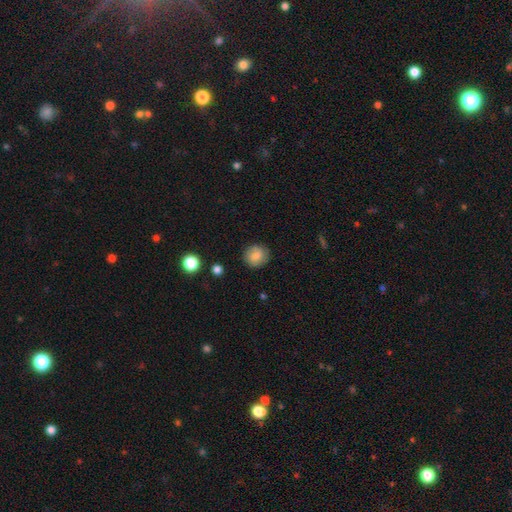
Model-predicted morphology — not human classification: This is clearly a smooth galaxy (81%). How rounded: clearly round (83%). Merging: clearly none (84%).